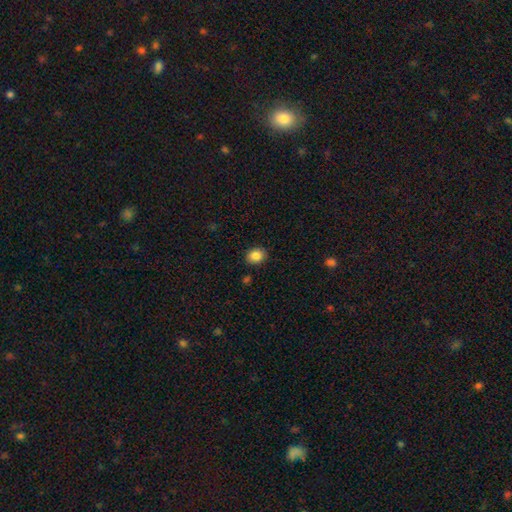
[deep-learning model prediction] This appears to be a smooth galaxy with no disk features (86%) that is round (58%). Merging: none (88%).